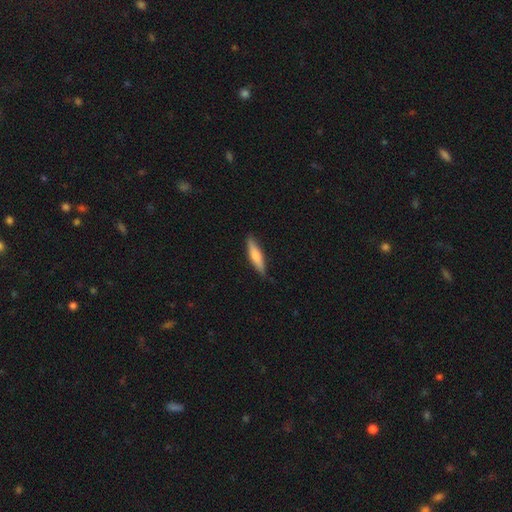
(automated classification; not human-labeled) Morphology: type=smooth (67%); roundness=cigar-shaped (78%); merging=none (86%).